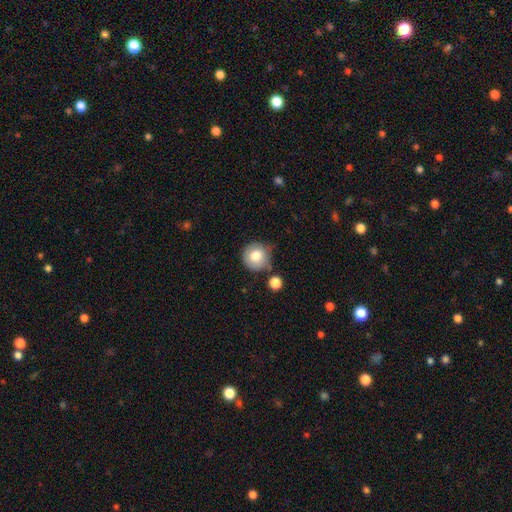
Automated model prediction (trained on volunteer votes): Smooth or featured: smooth — 78% (featured or disk — 13%)
How rounded: round — 93% (in between — 6%)
Merging: none — 69% (minor disturbance — 19%)